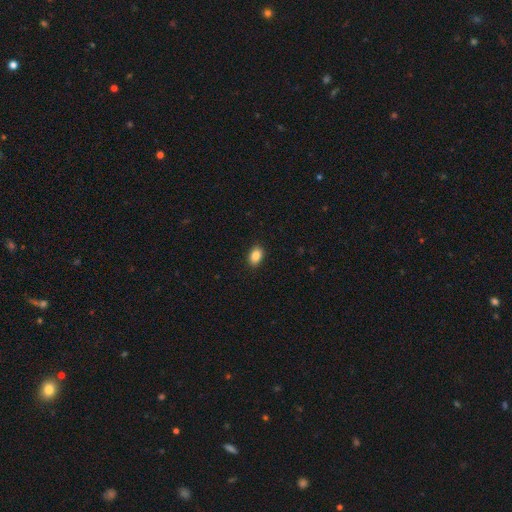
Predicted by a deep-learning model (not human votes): This appears to be a smooth galaxy with no disk features (87%) that is in between round and cigar-shaped (83%). Merging: none (90%).